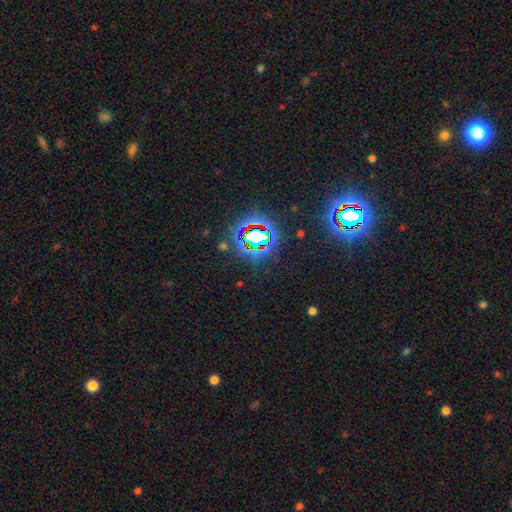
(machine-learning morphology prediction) Smooth or featured? star or artifact (82%)